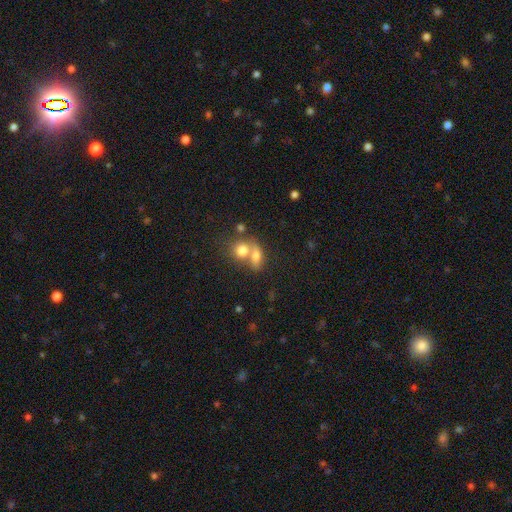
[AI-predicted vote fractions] Smooth or featured: smooth — 73% (featured or disk — 17%)
How rounded: in between — 61% (round — 33%)
Merging: merger — 62% (none — 27%)